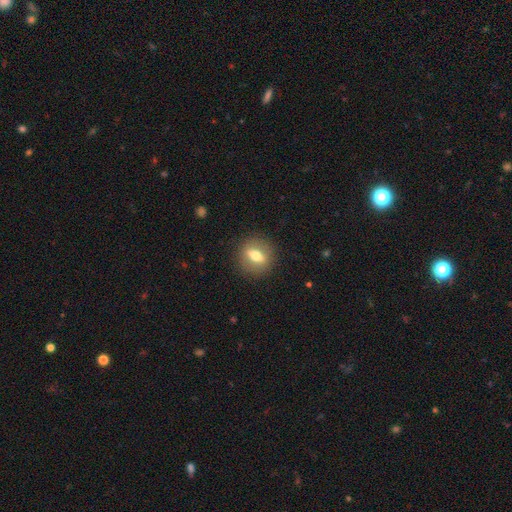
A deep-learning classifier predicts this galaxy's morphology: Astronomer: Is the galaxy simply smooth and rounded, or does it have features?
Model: smooth — 58%.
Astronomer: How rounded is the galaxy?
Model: round — 58% (runner-up: in between, 36%).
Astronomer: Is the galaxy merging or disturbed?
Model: none — 88%.